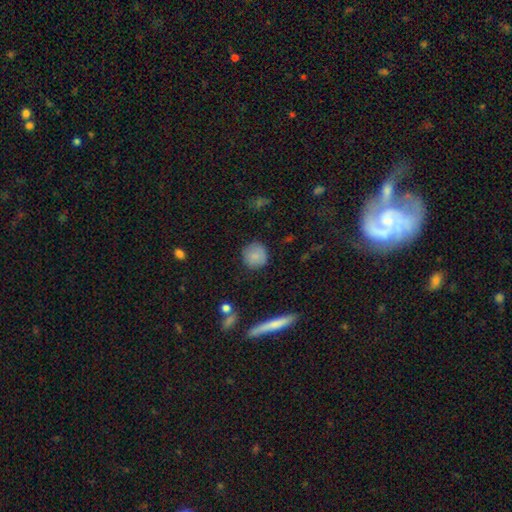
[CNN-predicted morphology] smooth 84%, star or artifact 8%, featured or disk 7%. Down the decision tree: how rounded — round (92%); merging — none (86%).